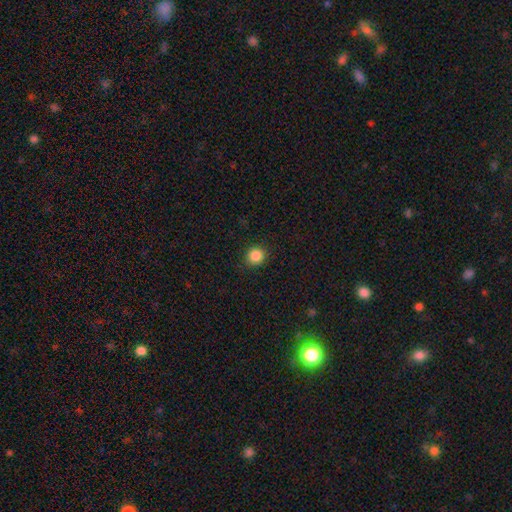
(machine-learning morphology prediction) Smooth or featured?
  - smooth: 86% *
  - star or artifact: 10%
  - featured or disk: 3%
How rounded?
  - round: 91% *
  - in between: 9%
  - cigar-shaped: 1%
Merging?
  - none: 91% *
  - minor disturbance: 6%
  - major disturbance: 2%
  - merger: 1%